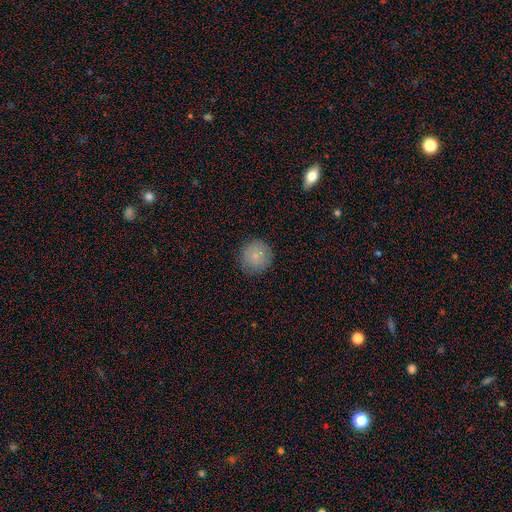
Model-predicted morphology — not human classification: The model was most divided on "smooth or featured": smooth: 83%, star or artifact: 9%, featured or disk: 8%. More confident: how rounded — round (94%); merging — none (87%).